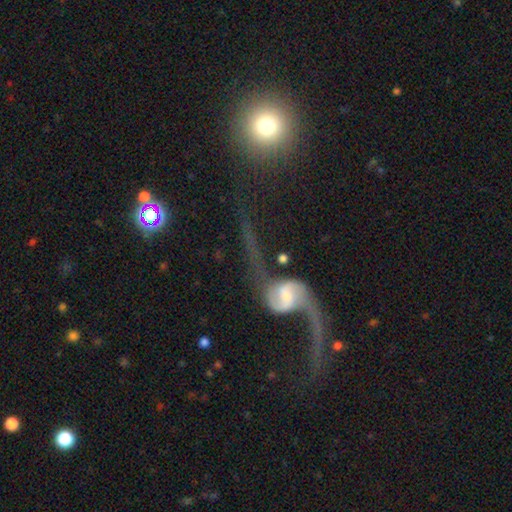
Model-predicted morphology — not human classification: type=featured or disk (86%); edge-on=no (93%); bar=weak (43%); spiral arms=yes (95%); winding=loose (86%); arm count=2 (91%); bulge=small (45%); merging=none (48%).